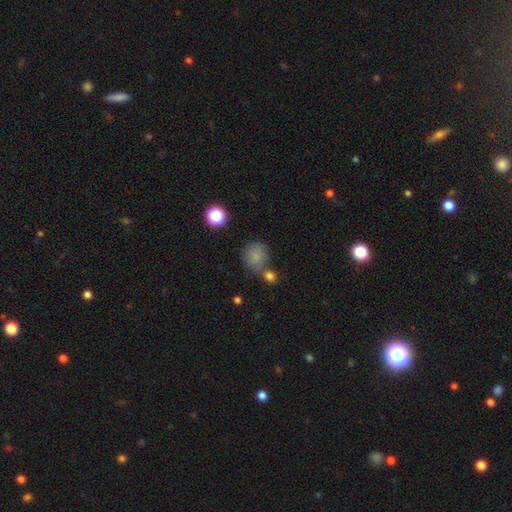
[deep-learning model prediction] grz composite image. It shows a smooth galaxy with no disk features (81%) that is round (81%). Merging: none (55%).